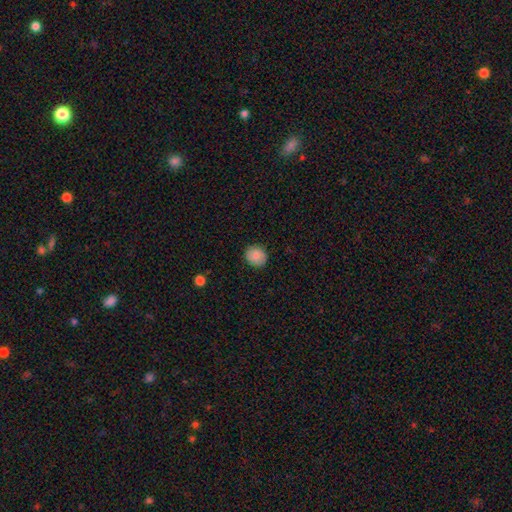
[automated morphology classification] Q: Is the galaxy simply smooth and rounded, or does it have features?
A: smooth — 87%.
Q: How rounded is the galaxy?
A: round — 81%.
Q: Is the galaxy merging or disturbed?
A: none — 88%.